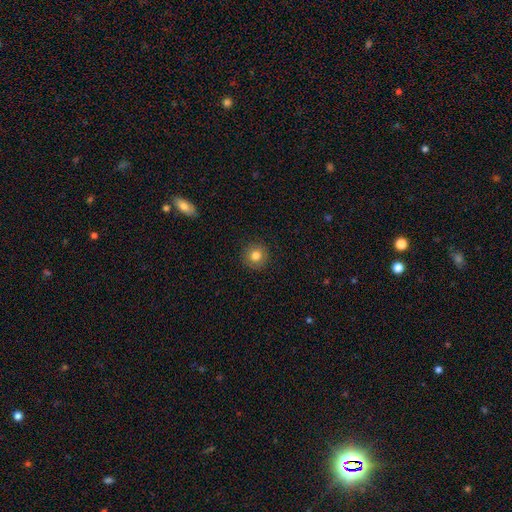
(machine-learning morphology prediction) The model was most divided on "smooth or featured": smooth: 81%, star or artifact: 10%, featured or disk: 9%. More confident: how rounded — round (94%); merging — none (91%).